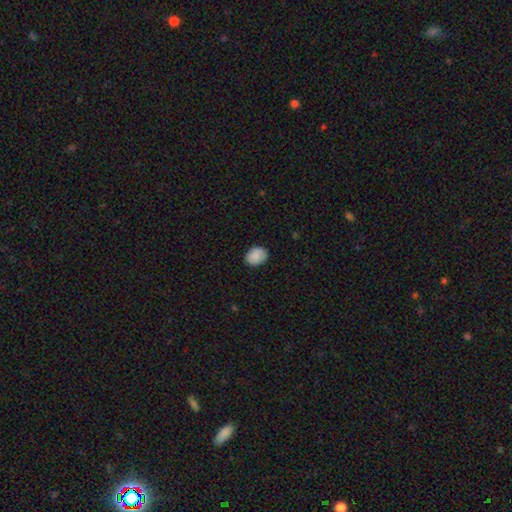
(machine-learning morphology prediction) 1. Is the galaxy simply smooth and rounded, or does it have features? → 89% smooth, 7% star or artifact, 3% featured or disk.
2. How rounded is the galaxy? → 54% in between, 45% round, 1% cigar-shaped.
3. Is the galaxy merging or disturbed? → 88% none, 9% minor disturbance, 2% major disturbance, 1% merger.